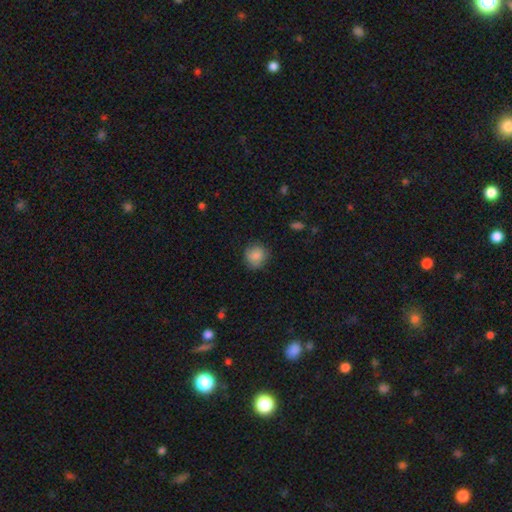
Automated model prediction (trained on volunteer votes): The model was most divided on "merging": none: 81%, minor disturbance: 14%, major disturbance: 3%, merger: 1%. More confident: how rounded — round (87%); smooth or featured — smooth (86%).